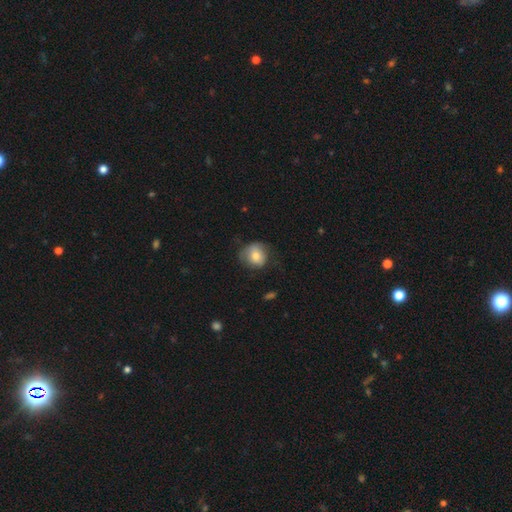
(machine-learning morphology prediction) smooth-or-featured: smooth: 73% | featured or disk: 19% | star or artifact: 8%
  how-rounded: round: 76% | in between: 23% | cigar-shaped: 1%
  merging: none: 60% | minor disturbance: 28% | major disturbance: 11% | merger: 1%